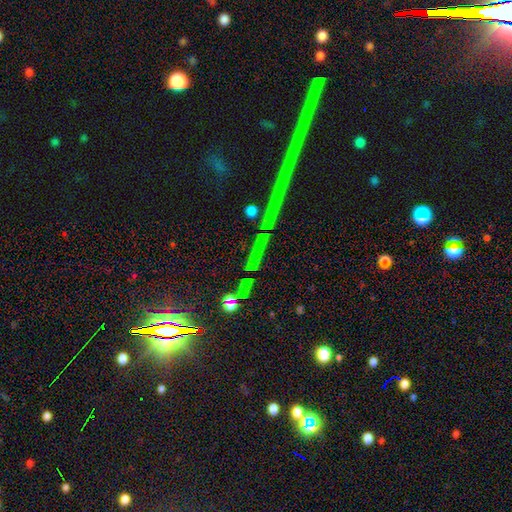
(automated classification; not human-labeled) Morphology: type=star or artifact (79%).